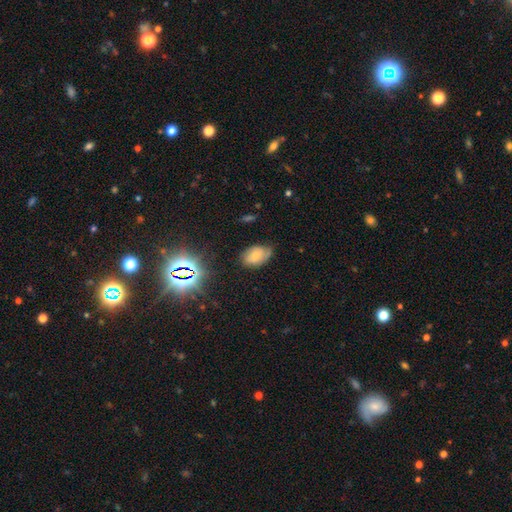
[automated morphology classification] Smooth or featured? Predicted: smooth (p=0.63). How rounded? Predicted: in between (p=0.89). Merging? Predicted: none (p=0.60).